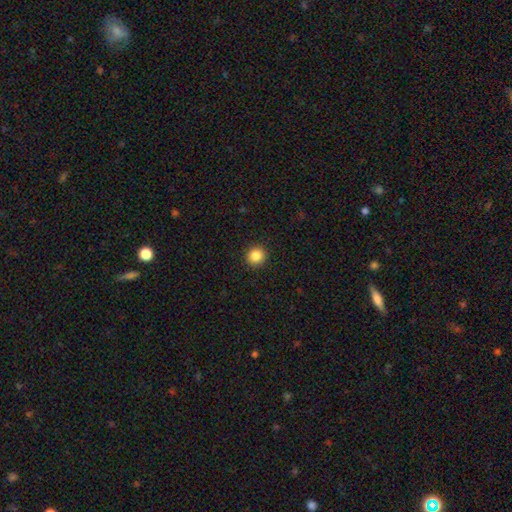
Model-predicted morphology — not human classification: Smooth or featured? smooth (86%)
How rounded? round (93%)
Merging? none (93%)